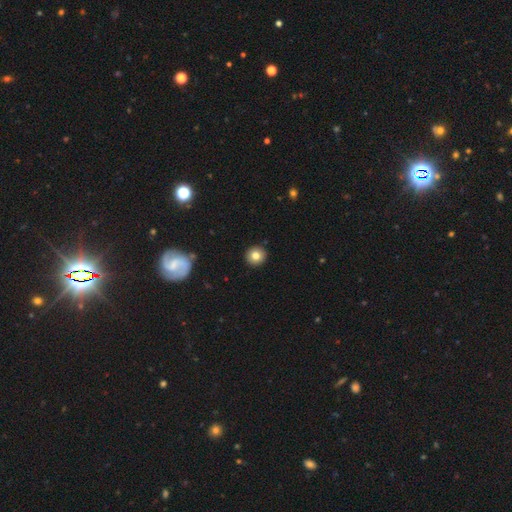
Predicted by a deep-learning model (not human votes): This appears to be a smooth galaxy with no disk features (81%) that is round (93%). Merging: none (92%).